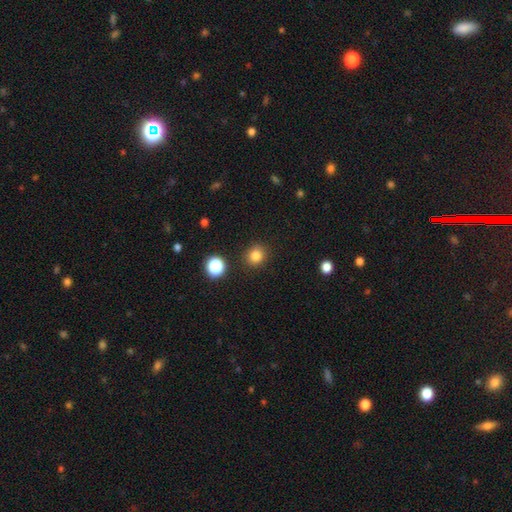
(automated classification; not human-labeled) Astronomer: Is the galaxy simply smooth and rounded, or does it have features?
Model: smooth — 82%.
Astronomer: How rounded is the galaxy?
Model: round — 84%.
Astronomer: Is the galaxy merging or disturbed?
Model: none — 89%.